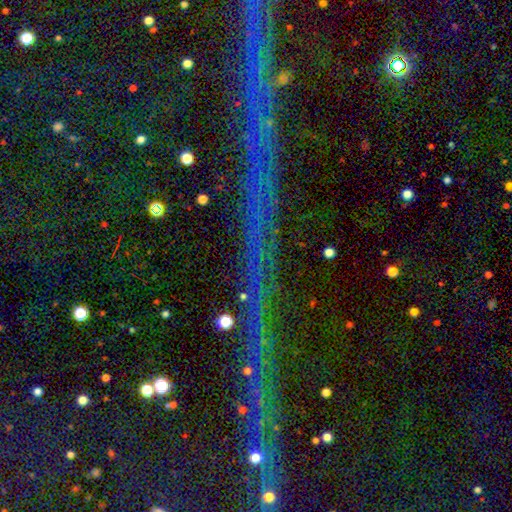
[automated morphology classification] A star or artifact, not a galaxy (82%).